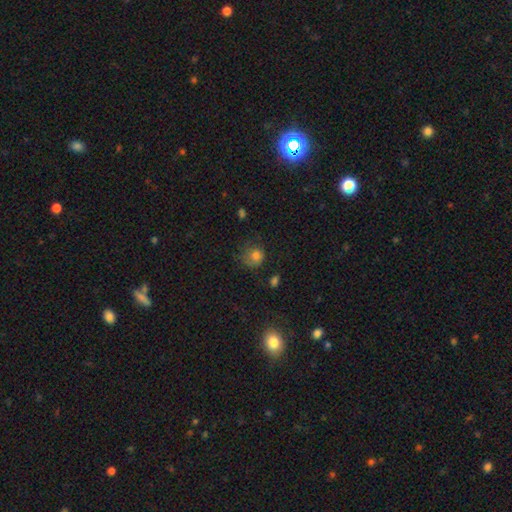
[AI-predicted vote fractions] A smooth galaxy with no disk features (76%) that is round (78%).

Vote fractions:
- Smooth or featured? smooth: 76% / star or artifact: 13% / featured or disk: 11%
- How rounded? round: 78% / in between: 21% / cigar-shaped: 1%
- Merging? none: 48% / minor disturbance: 28% / major disturbance: 21% / merger: 3%